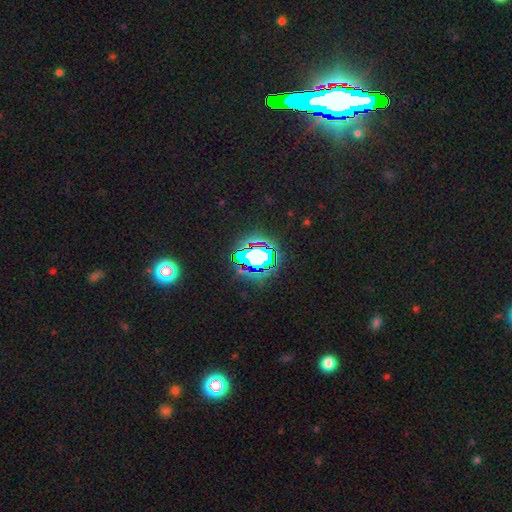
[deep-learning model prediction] A star or artifact, not a galaxy (64%).